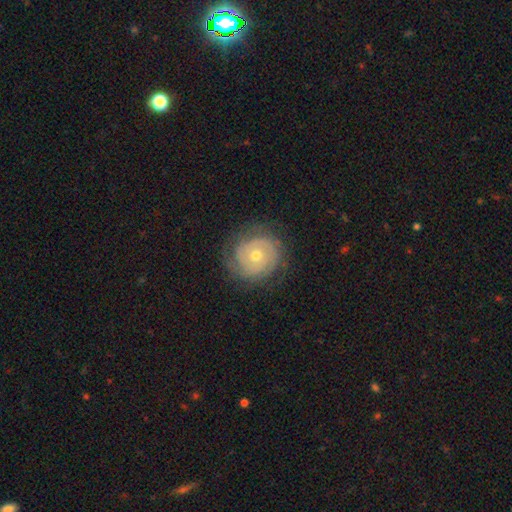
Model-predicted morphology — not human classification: A featured or disk galaxy (77%) with no bar (81%), 2 (39%) tight (76%) spiral arms (89%) and a moderate central bulge (63%). Merging: none (79%).